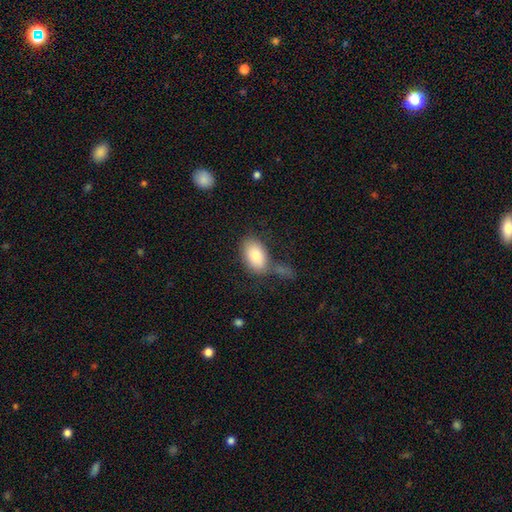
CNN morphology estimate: Smooth or featured?
  - smooth: 83% *
  - featured or disk: 10%
  - star or artifact: 6%
How rounded?
  - in between: 92% *
  - round: 6%
  - cigar-shaped: 2%
Merging?
  - none: 57% *
  - minor disturbance: 18%
  - merger: 16%
  - major disturbance: 9%